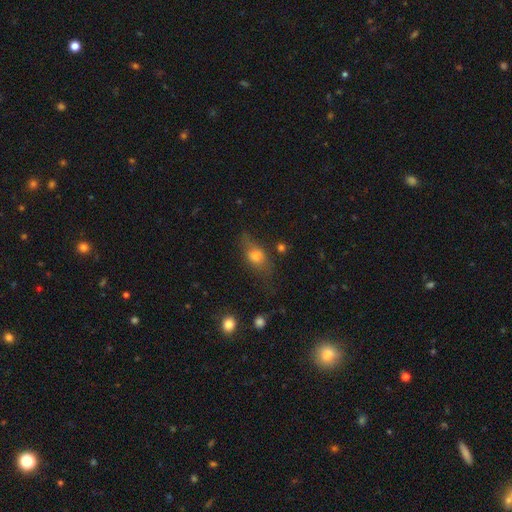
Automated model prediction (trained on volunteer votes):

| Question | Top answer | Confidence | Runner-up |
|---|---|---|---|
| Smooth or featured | smooth | 65% | featured or disk (23%) |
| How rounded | in between | 65% | round (24%) |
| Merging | none | 57% | minor disturbance (26%) |